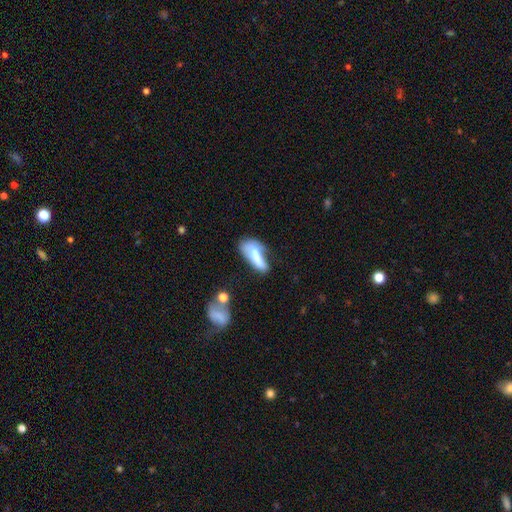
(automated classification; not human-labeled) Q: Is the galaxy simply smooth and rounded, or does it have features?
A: smooth — 66%.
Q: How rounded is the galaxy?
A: in between — 65%.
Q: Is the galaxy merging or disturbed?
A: none — 28%.